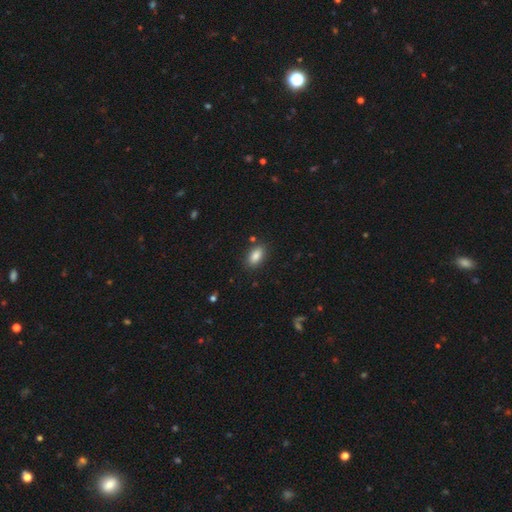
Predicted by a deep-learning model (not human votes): Overall: smooth (86%). How rounded: in between (91%). Merging: none (85%).